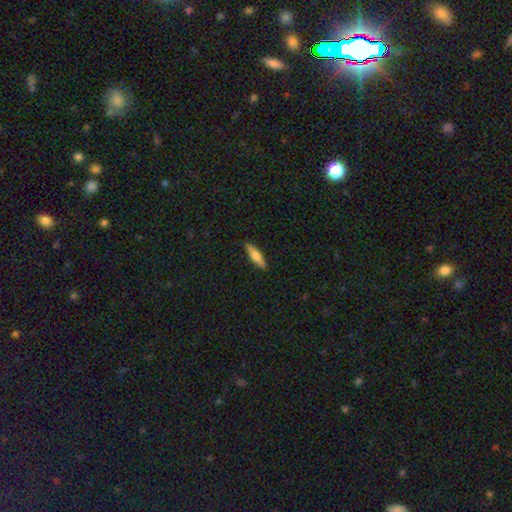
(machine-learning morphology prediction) smooth-or-featured: smooth: 55% | featured or disk: 39% | star or artifact: 6%
  how-rounded: cigar-shaped: 77% | in between: 21% | round: 2%
  merging: none: 90% | minor disturbance: 8% | major disturbance: 2% | merger: 1%